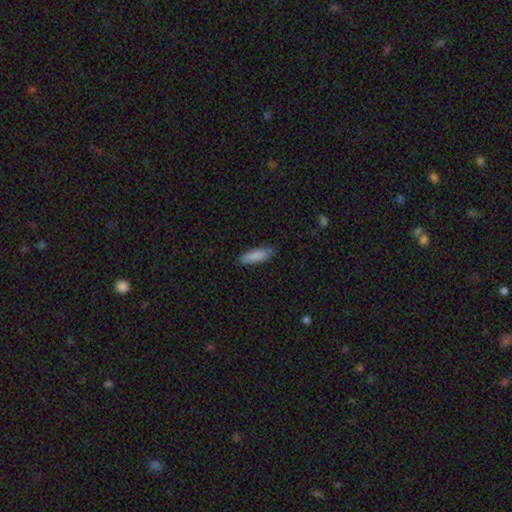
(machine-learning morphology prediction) A smooth galaxy with no disk features (87%) that is in between round and cigar-shaped (51%). Merging: none (82%).